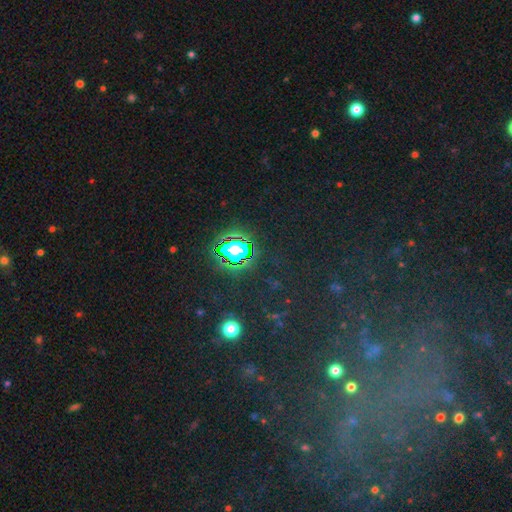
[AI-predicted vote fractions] Smooth or featured? star or artifact (76%)